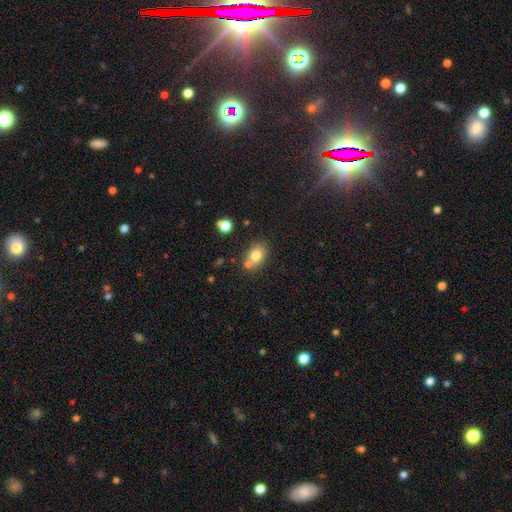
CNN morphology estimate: A smooth galaxy with no disk features (77%) that is in between round and cigar-shaped (64%). Merging: none (60%).